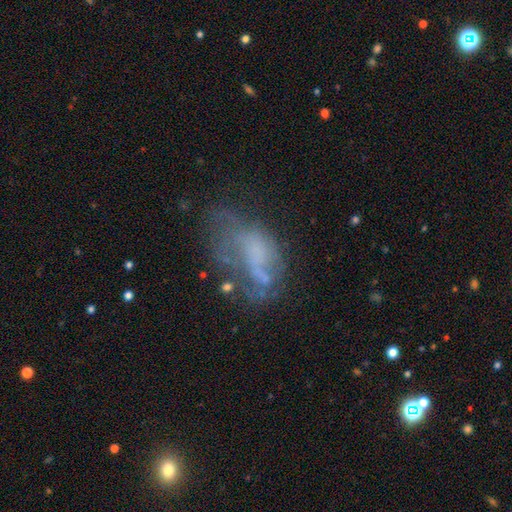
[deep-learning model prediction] Morphology: type=featured or disk (48%); merging=major disturbance (37%).